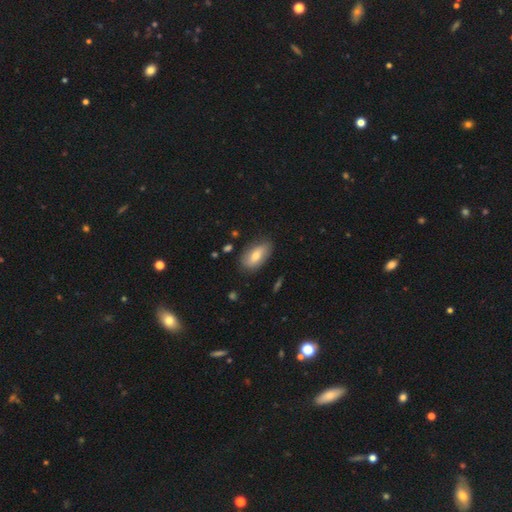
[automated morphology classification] Smooth or featured?
  - smooth: 71% *
  - featured or disk: 23%
  - star or artifact: 7%
How rounded?
  - in between: 90% *
  - cigar-shaped: 6%
  - round: 4%
Merging?
  - none: 76% *
  - minor disturbance: 18%
  - major disturbance: 4%
  - merger: 2%